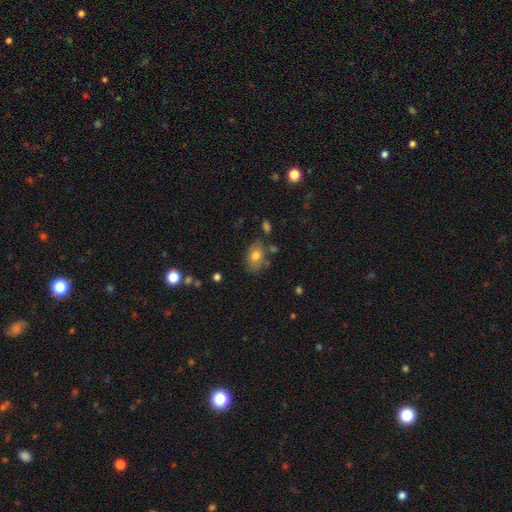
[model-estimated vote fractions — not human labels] This appears to be a smooth galaxy with no disk features (75%) that is in between round and cigar-shaped (79%). Merging: none (70%).